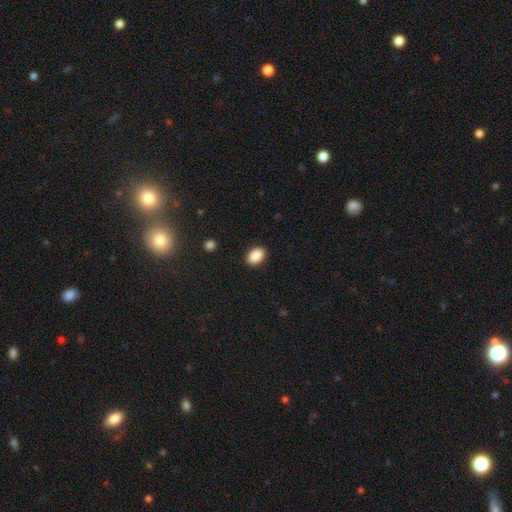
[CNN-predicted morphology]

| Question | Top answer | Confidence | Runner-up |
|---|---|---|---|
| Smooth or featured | smooth | 89% | star or artifact (8%) |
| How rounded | in between | 82% | round (17%) |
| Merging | none | 90% | minor disturbance (7%) |